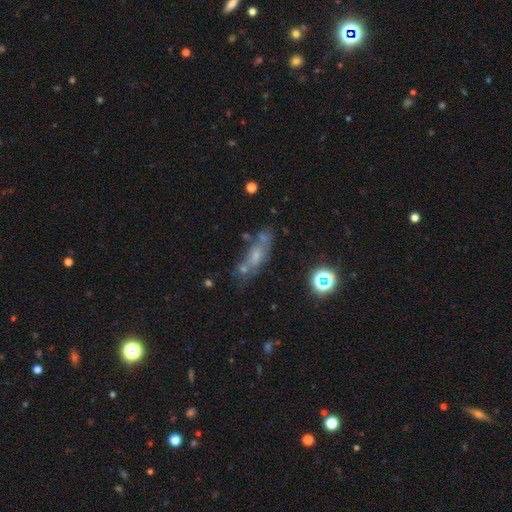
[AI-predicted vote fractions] Overall: smooth (43%; featured or disk 34%). Merging: none (50%; minor disturbance 19%).